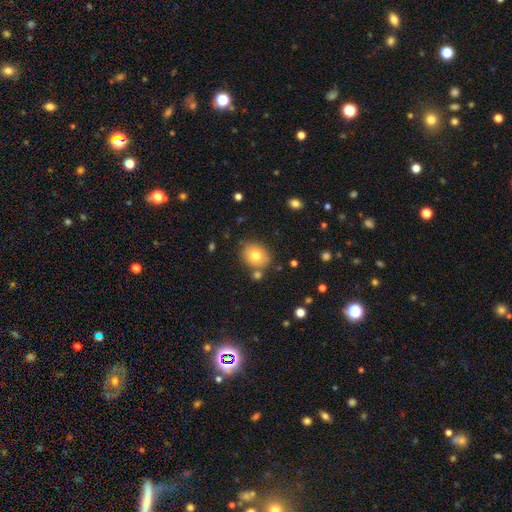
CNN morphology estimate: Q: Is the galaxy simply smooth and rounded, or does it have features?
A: smooth — 76%.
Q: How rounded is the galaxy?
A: round — 63%.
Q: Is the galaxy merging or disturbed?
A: none — 76%.